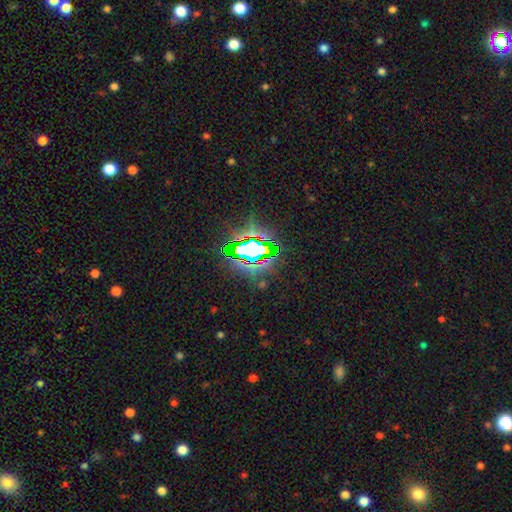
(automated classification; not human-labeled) The model was most divided on "smooth or featured": star or artifact: 72%, smooth: 15%, featured or disk: 12%.